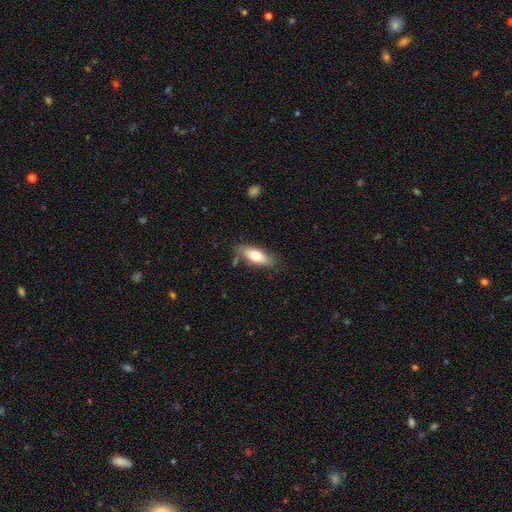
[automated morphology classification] A smooth galaxy with no disk features (66%) that is in between round and cigar-shaped (69%).

Vote fractions:
- Smooth or featured? smooth: 66% / featured or disk: 28% / star or artifact: 6%
- How rounded? in between: 69% / cigar-shaped: 28% / round: 3%
- Merging? none: 77% / minor disturbance: 16% / major disturbance: 4% / merger: 4%